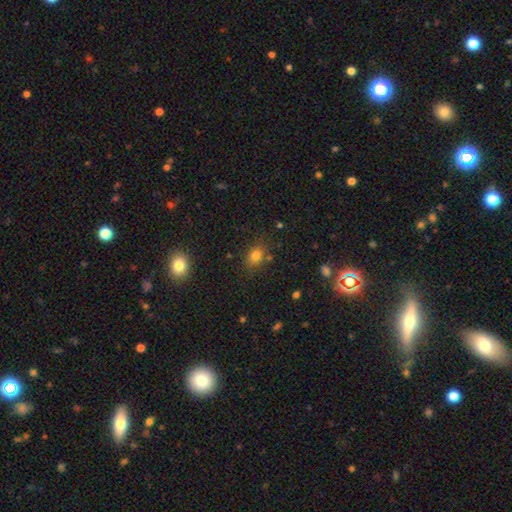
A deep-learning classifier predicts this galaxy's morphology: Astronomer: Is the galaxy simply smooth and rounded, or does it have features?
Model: smooth — 77%.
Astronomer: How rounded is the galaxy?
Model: in between — 57% (runner-up: round, 41%).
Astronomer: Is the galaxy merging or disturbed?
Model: none — 79%.